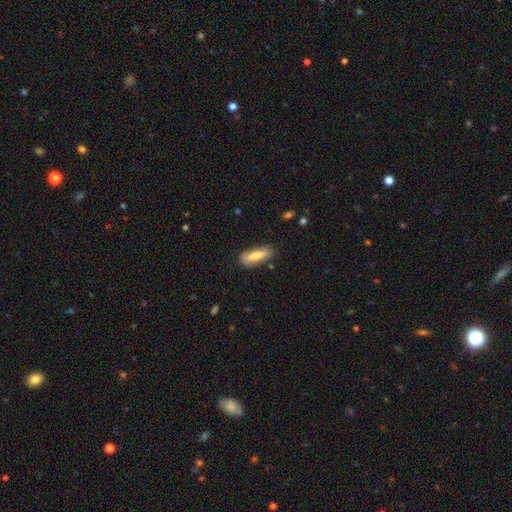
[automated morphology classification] smooth 77%, featured or disk 16%, star or artifact 6%. Down the decision tree: how rounded — in between (50%); merging — none (78%).